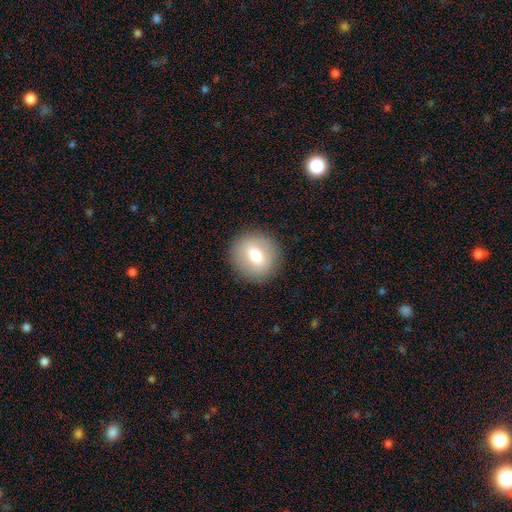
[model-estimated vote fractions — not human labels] Smooth or featured? smooth (64%)
How rounded? round (86%)
Merging? none (88%)